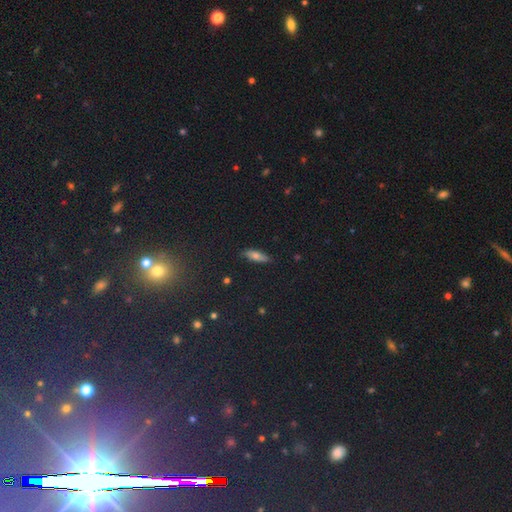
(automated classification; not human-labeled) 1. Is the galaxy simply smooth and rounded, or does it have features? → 63% smooth, 23% featured or disk, 14% star or artifact.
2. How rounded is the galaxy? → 54% in between, 41% cigar-shaped, 5% round.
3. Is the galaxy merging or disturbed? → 87% none, 10% minor disturbance, 2% major disturbance, 1% merger.